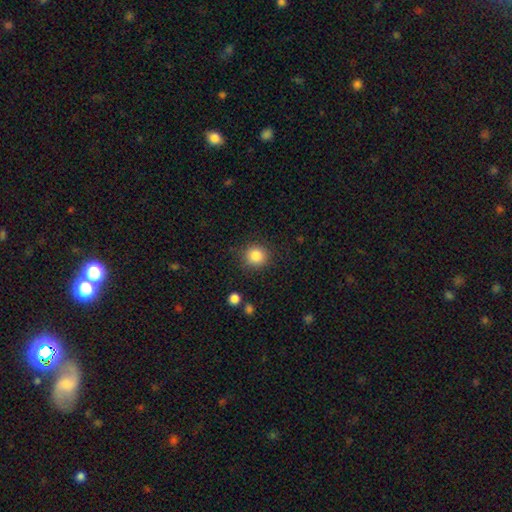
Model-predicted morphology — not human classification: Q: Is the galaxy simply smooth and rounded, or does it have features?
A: smooth — 85%.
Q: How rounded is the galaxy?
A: round — 91%.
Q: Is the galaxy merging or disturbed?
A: none — 87%.